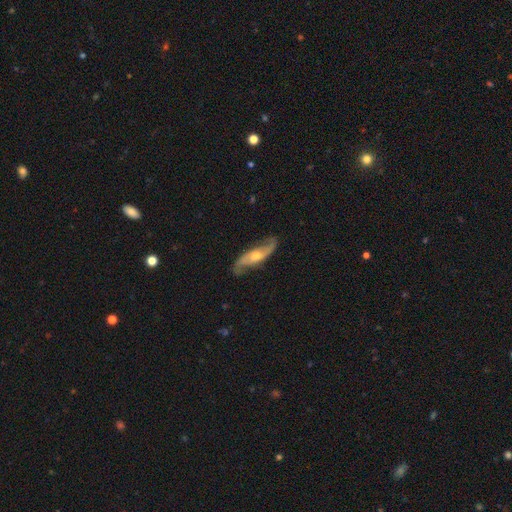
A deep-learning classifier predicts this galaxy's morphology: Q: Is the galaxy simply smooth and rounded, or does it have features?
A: featured or disk — 80%.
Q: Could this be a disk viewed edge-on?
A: no — 84%.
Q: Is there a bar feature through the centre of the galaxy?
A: no — 57%.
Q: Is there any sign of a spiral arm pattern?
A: yes — 94%.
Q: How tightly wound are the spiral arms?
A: loose — 52%.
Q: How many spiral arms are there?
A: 2 — 91%.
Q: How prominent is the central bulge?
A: moderate — 58%.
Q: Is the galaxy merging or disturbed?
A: none — 79%.